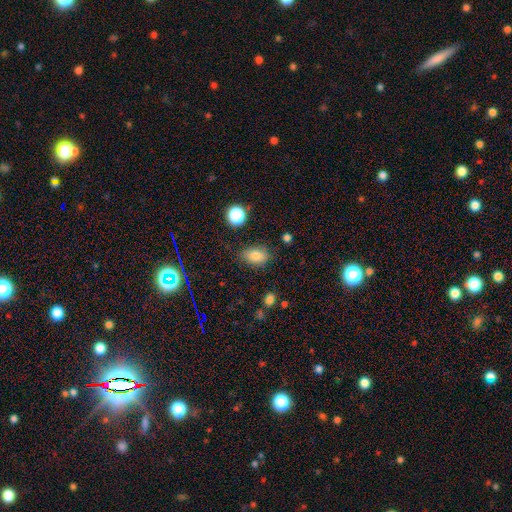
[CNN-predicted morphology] smooth-or-featured: smooth: 79% | star or artifact: 12% | featured or disk: 9%
  how-rounded: in between: 78% | round: 21% | cigar-shaped: 1%
  merging: none: 75% | minor disturbance: 19% | major disturbance: 4% | merger: 2%